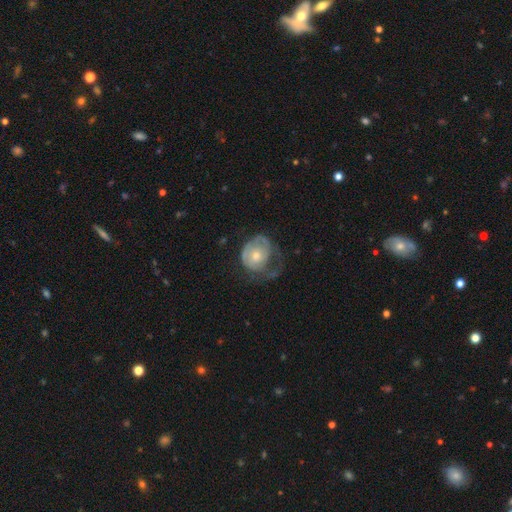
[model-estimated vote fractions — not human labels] Smooth or featured: featured or disk — 55% (smooth — 39%)
Edge-on disk: no — 97% (yes — 3%)
Bar: no — 83% (weak — 15%)
Spiral arms: yes — 58% (no — 42%)
Bulge size: moderate — 55% (small — 38%)
Merging: major disturbance — 41% (none — 30%)